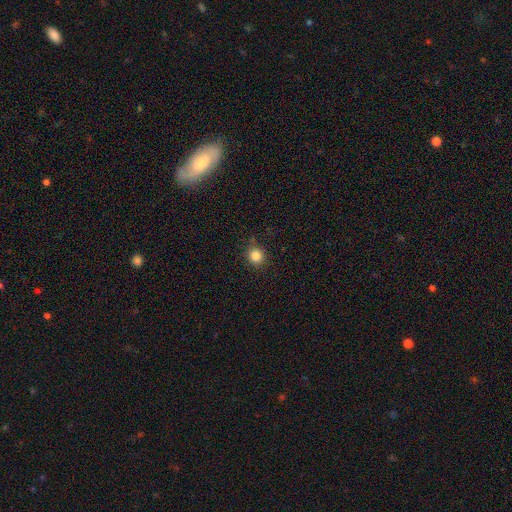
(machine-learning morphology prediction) The model was most divided on "smooth or featured": smooth: 84%, star or artifact: 12%, featured or disk: 4%. More confident: how rounded — round (87%); merging — none (86%).